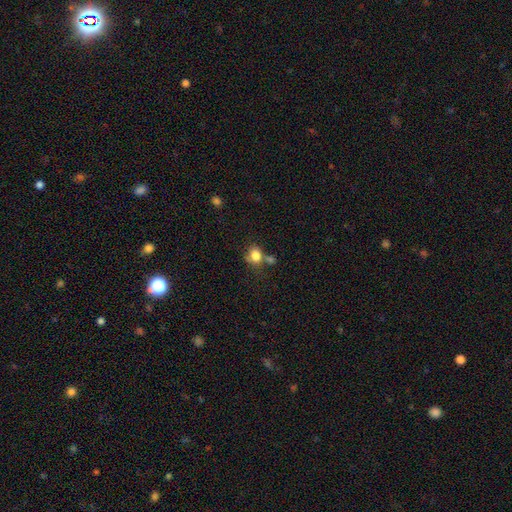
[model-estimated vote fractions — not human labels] Overall: smooth (81%). How rounded: round (61%; in between 38%). Merging: none (48%; merger 25%).